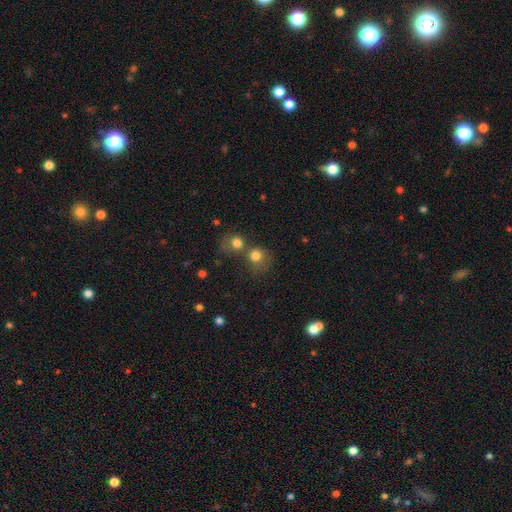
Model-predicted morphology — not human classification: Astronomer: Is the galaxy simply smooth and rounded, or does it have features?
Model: smooth — 77%.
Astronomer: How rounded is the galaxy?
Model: round — 82%.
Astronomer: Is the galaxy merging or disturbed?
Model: merger — 45% (runner-up: none, 40%).